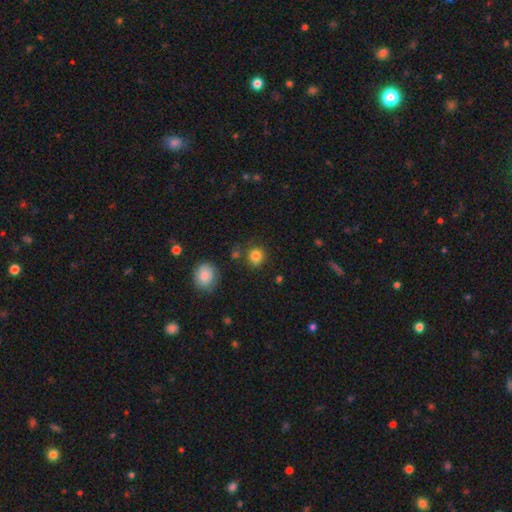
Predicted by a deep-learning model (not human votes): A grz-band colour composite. It shows a smooth galaxy with no disk features (83%) that is round (82%). Merging: none (77%).